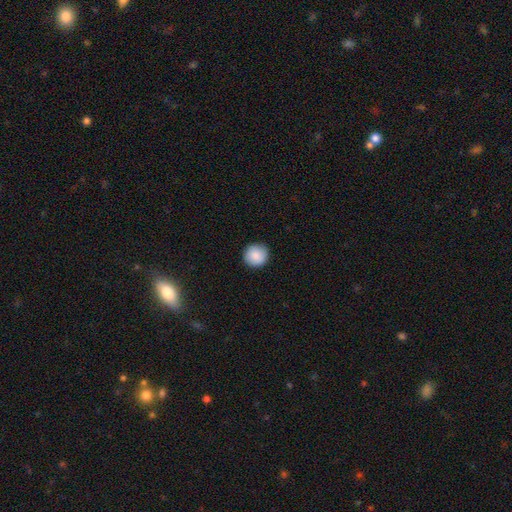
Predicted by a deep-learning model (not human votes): A smooth galaxy with no disk features (88%) that is round (94%).

Vote fractions:
- Smooth or featured? smooth: 88% / star or artifact: 7% / featured or disk: 5%
- How rounded? round: 94% / in between: 5% / cigar-shaped: 1%
- Merging? none: 91% / minor disturbance: 7% / major disturbance: 2% / merger: 1%